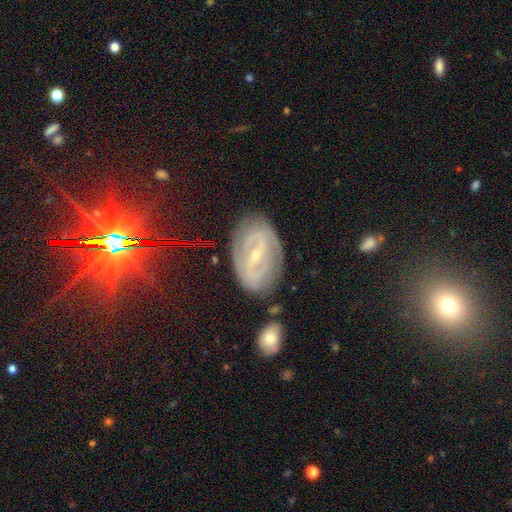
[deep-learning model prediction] Smooth or featured: featured or disk — 80% (smooth — 11%)
Edge-on disk: no — 93% (yes — 7%)
Bar: strong — 58% (weak — 31%)
Spiral arms: yes — 78% (no — 22%)
Spiral winding: tight — 60% (medium — 29%)
Spiral arm count: 2 — 54% (can't tell — 31%)
Bulge size: small — 73% (moderate — 24%)
Merging: none — 78% (minor disturbance — 15%)